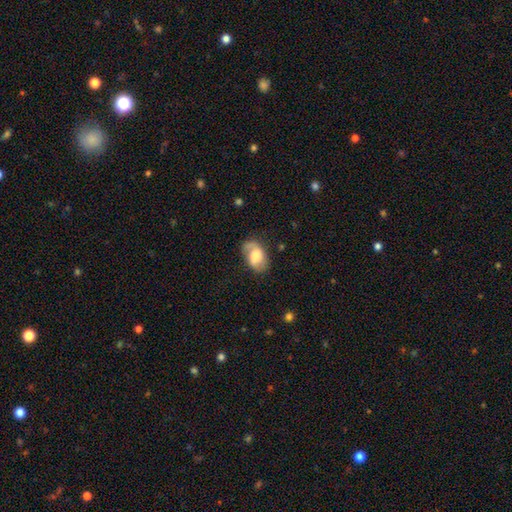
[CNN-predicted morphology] Q: Smooth or featured?
A: featured or disk (47%); runner-up: smooth (45%)
Q: Merging?
A: none (61%); runner-up: minor disturbance (25%)